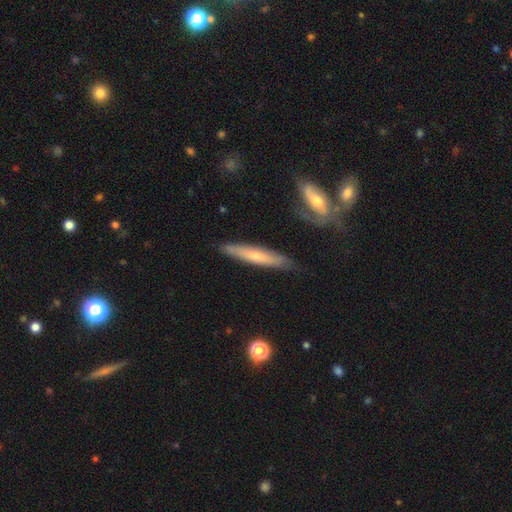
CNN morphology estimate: smooth-or-featured: smooth: 50% | featured or disk: 44% | star or artifact: 6%
  how-rounded: cigar-shaped: 91% | in between: 8% | round: 2%
  merging: none: 83% | minor disturbance: 12% | merger: 3% | major disturbance: 2%